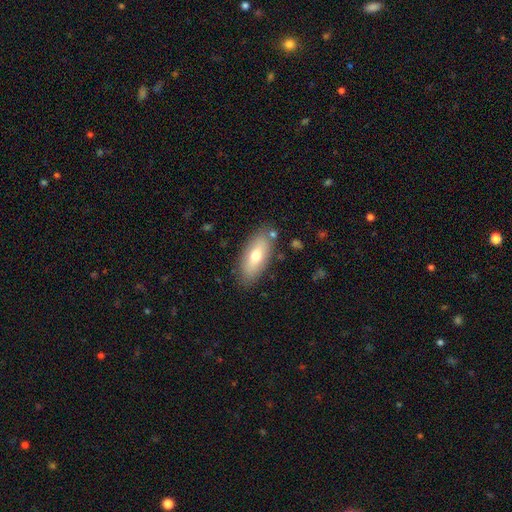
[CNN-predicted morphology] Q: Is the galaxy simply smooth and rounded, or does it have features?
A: smooth — 66%.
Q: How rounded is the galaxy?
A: in between — 81%.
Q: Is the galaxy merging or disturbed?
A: none — 83%.